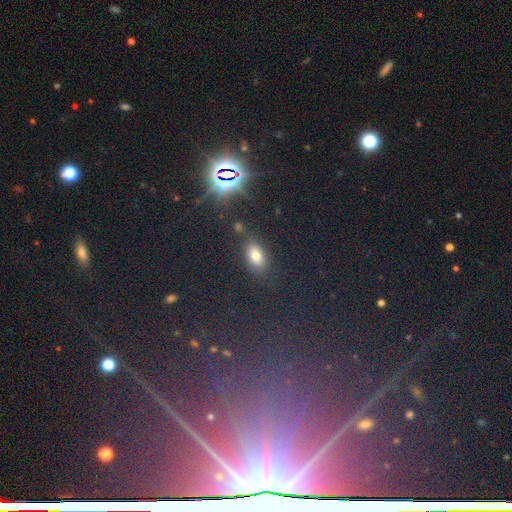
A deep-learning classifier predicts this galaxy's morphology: A smooth galaxy with no disk features (72%) that is in between round and cigar-shaped (83%).

Vote fractions:
- Smooth or featured? smooth: 72% / star or artifact: 20% / featured or disk: 8%
- How rounded? in between: 83% / round: 12% / cigar-shaped: 5%
- Merging? none: 81% / minor disturbance: 11% / major disturbance: 4% / merger: 4%